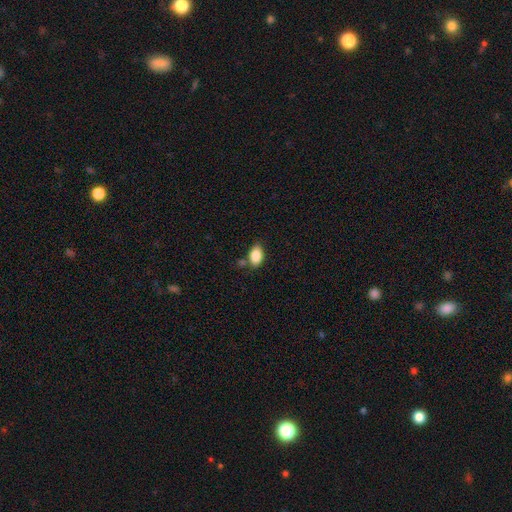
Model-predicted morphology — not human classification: Q: Smooth or featured?
A: smooth (87%); runner-up: star or artifact (8%)
Q: How rounded?
A: in between (90%); runner-up: round (7%)
Q: Merging?
A: none (70%); runner-up: minor disturbance (17%)